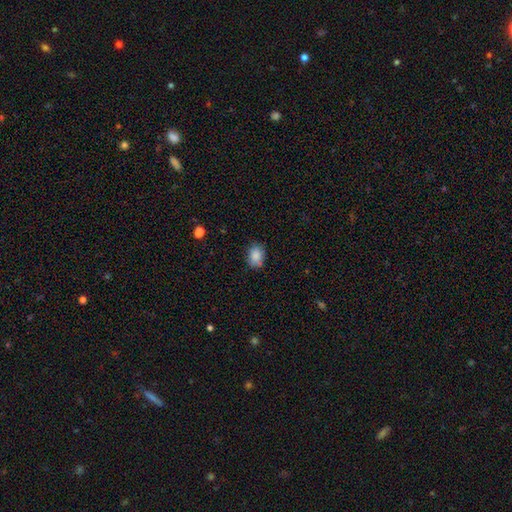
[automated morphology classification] smooth-or-featured: smooth: 86% | star or artifact: 8% | featured or disk: 6%
  how-rounded: in between: 65% | round: 34% | cigar-shaped: 1%
  merging: none: 76% | minor disturbance: 18% | major disturbance: 3% | merger: 2%